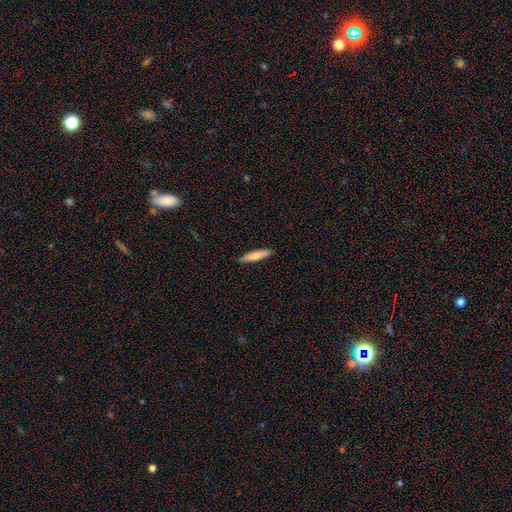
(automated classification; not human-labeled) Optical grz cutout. It shows a smooth galaxy with no disk features (75%) that is cigar-shaped (84%). Merging: none (90%).